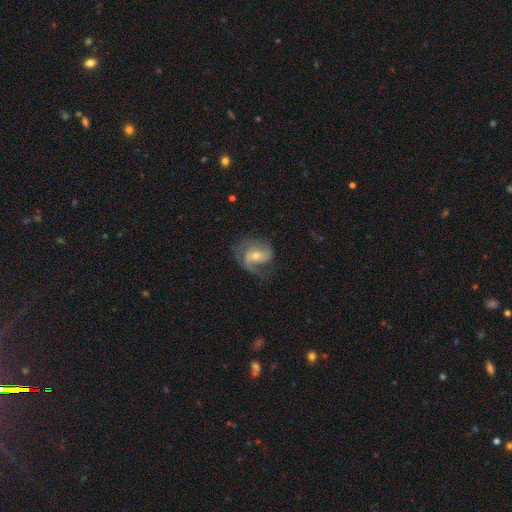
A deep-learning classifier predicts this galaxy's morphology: Smooth or featured? Predicted: featured or disk (p=0.74). Edge-on disk? Predicted: no (p=0.97). Bar? Predicted: no (p=0.46). Spiral arms? Predicted: yes (p=0.91). Spiral winding? Predicted: medium (p=0.45). Spiral arm count? Predicted: 2 (p=0.57). Bulge size? Predicted: moderate (p=0.57). Merging? Predicted: none (p=0.53).